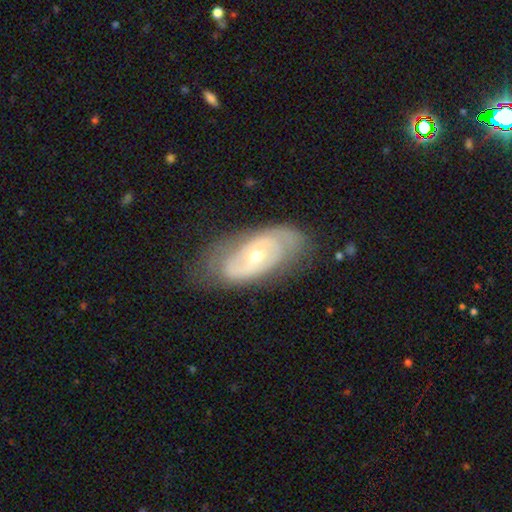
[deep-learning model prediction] Morphology: type=featured or disk (76%); edge-on=no (92%); bar=no (68%); spiral arms=yes (75%); winding=tight (56%); arm count=2 (56%); bulge=small (50%); merging=none (70%).